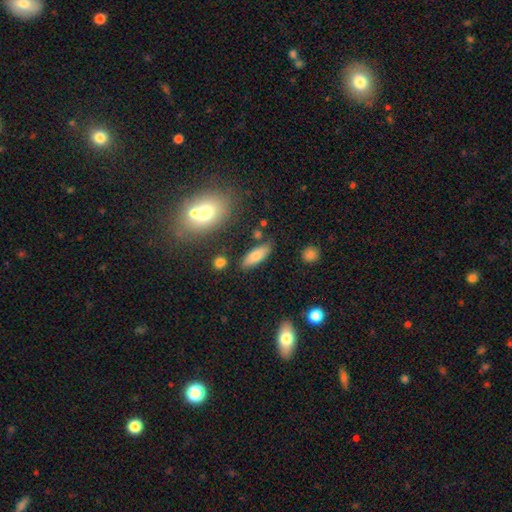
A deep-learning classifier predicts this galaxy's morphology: smooth-or-featured: smooth: 75% | featured or disk: 18% | star or artifact: 8%
  how-rounded: in between: 66% | cigar-shaped: 31% | round: 3%
  merging: none: 79% | minor disturbance: 13% | merger: 5% | major disturbance: 3%